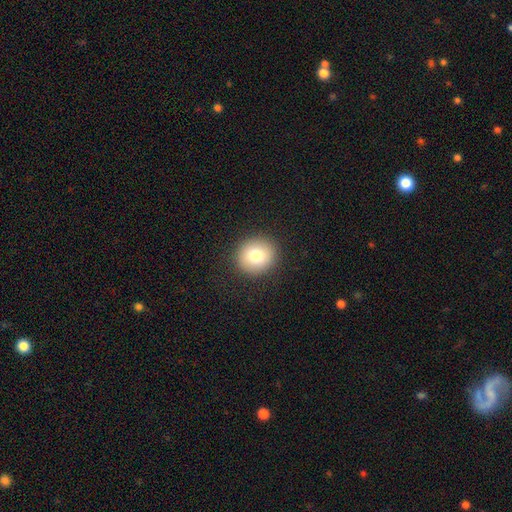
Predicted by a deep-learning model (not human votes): Smooth or featured? smooth (78%)
How rounded? round (86%)
Merging? none (90%)